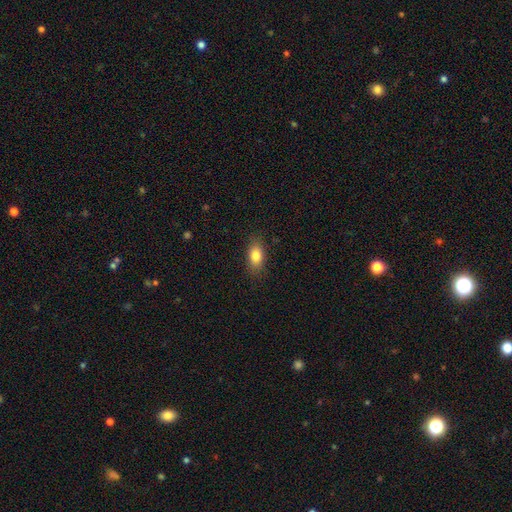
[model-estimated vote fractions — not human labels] A smooth galaxy with no disk features (83%) that is in between round and cigar-shaped (86%). Merging: none (84%).